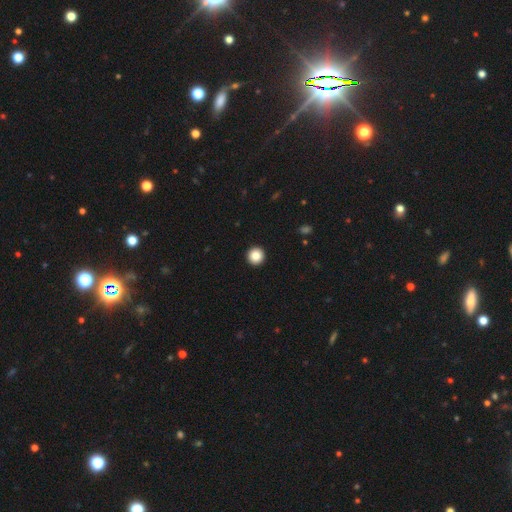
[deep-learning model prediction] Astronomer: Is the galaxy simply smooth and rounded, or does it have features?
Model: smooth — 86%.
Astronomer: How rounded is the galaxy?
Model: round — 96%.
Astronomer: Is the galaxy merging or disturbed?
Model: none — 94%.